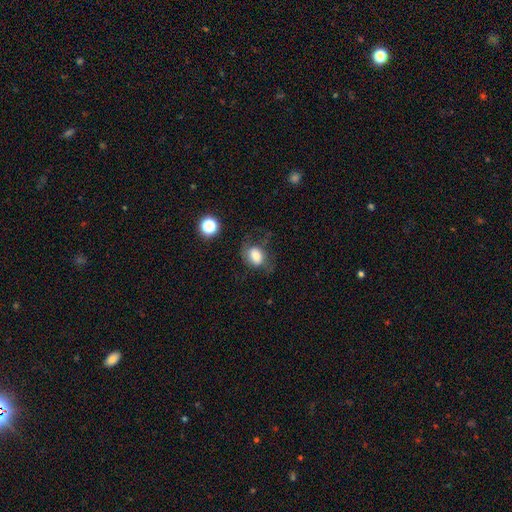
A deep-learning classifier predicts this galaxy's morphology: type=smooth (73%); roundness=in between (69%); merging=none (51%).